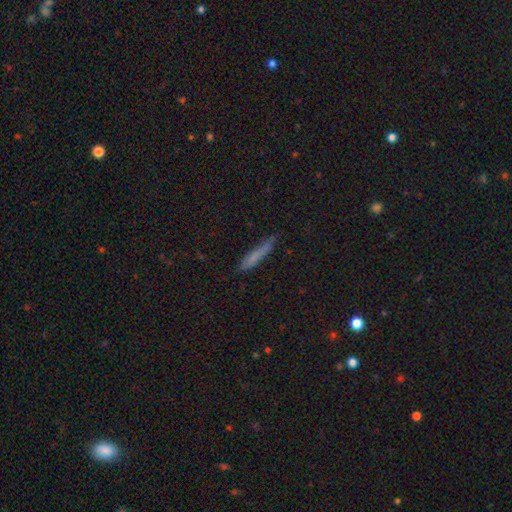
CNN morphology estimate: A smooth galaxy with no disk features (71%) that is cigar-shaped (93%).

Vote fractions:
- Smooth or featured? smooth: 71% / featured or disk: 20% / star or artifact: 10%
- How rounded? cigar-shaped: 93% / in between: 6% / round: 2%
- Merging? none: 77% / minor disturbance: 17% / major disturbance: 4% / merger: 2%